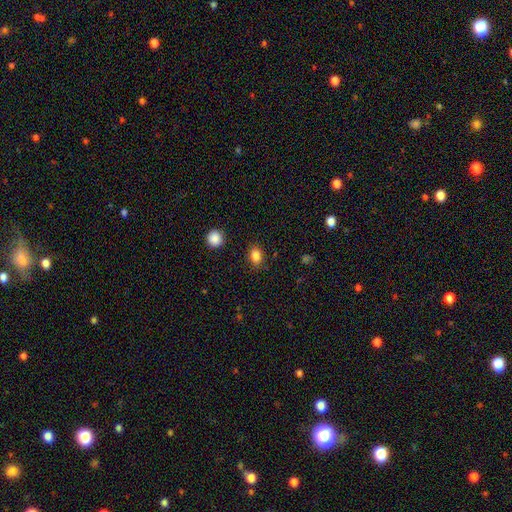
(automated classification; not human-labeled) Smooth or featured? smooth (85%)
How rounded? in between (70%)
Merging? none (85%)